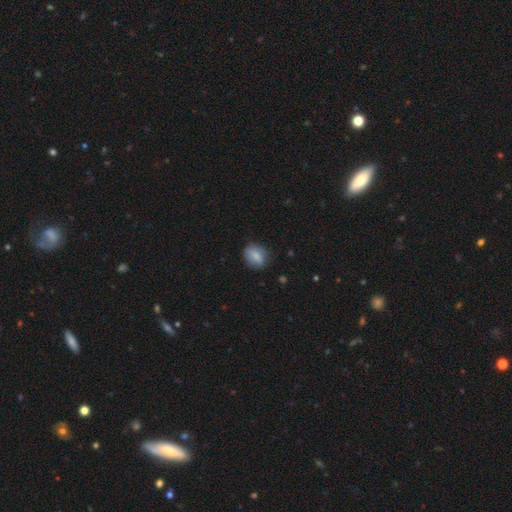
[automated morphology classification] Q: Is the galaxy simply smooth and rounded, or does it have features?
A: smooth — 77%.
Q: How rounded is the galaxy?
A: in between — 57%.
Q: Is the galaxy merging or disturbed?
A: none — 73%.